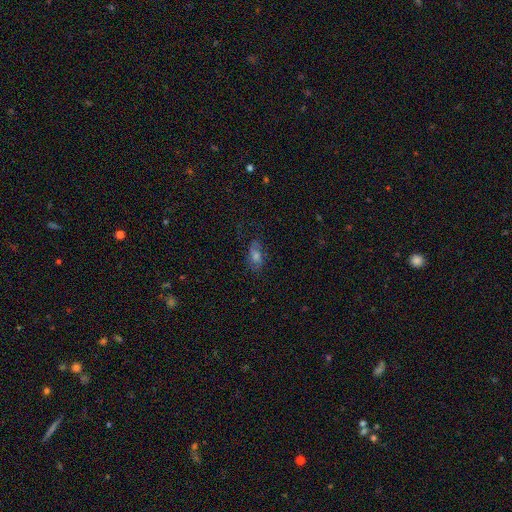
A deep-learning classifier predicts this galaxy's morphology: smooth-or-featured: smooth: 45% | featured or disk: 35% | star or artifact: 20%
  merging: none: 67% | minor disturbance: 21% | major disturbance: 10% | merger: 2%